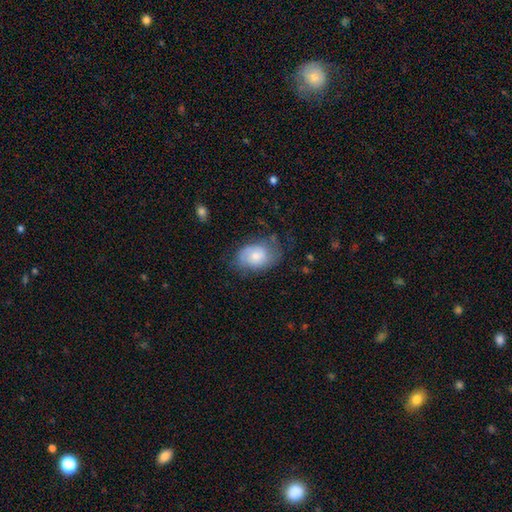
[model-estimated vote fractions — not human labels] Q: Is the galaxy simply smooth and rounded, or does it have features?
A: smooth — 62%.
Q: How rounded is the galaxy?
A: in between — 76%.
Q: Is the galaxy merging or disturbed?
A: none — 53%.